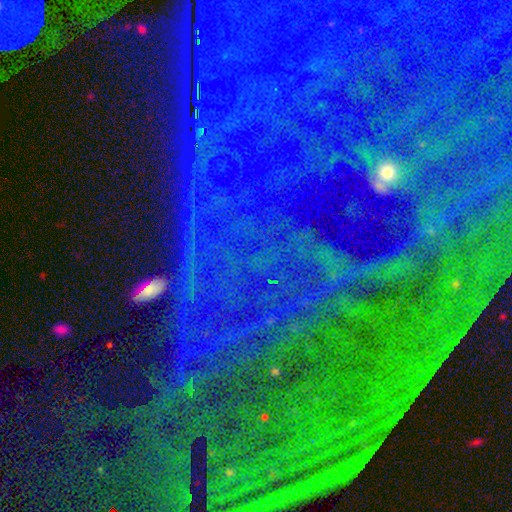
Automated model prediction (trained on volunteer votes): This appears to be a star or artifact, not a galaxy (82%).